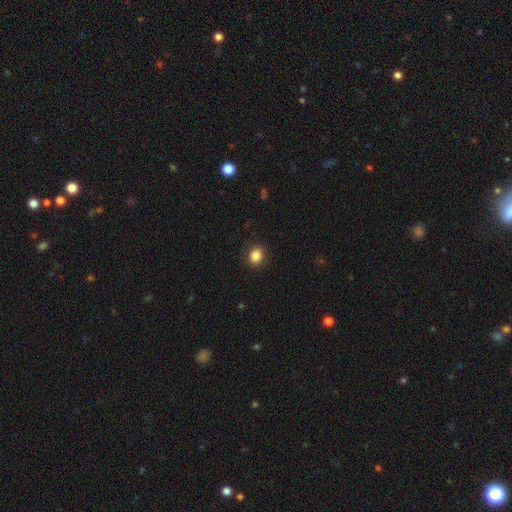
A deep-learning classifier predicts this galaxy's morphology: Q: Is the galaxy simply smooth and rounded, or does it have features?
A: smooth — 86%.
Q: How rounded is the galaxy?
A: round — 63%.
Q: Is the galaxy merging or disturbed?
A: none — 89%.